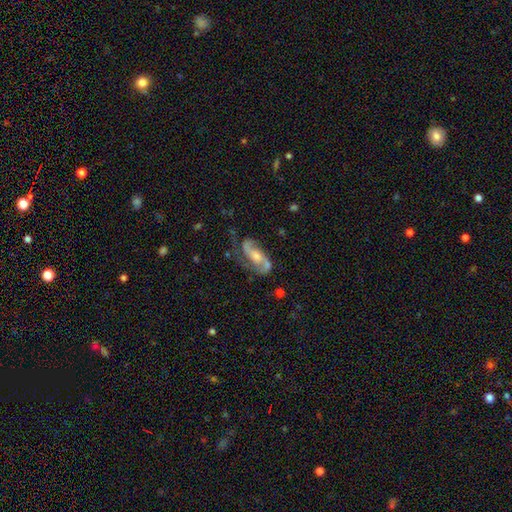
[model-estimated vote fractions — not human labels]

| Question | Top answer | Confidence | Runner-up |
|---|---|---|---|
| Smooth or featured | featured or disk | 82% | smooth (11%) |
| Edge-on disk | no | 94% | yes (6%) |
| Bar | no | 53% | weak (34%) |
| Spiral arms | yes | 94% | no (6%) |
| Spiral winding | medium | 46% | loose (36%) |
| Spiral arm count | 2 | 85% | can't tell (5%) |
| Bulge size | moderate | 51% | small (31%) |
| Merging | none | 57% | minor disturbance (21%) |